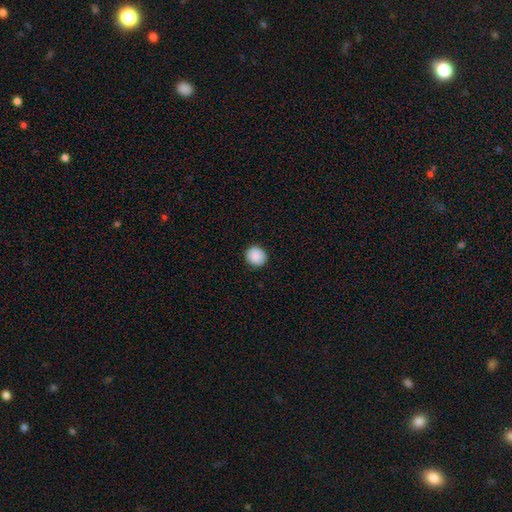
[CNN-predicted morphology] The model was most divided on "how rounded": round: 88%, in between: 11%, cigar-shaped: 1%. More confident: merging — none (91%); smooth or featured — smooth (90%).